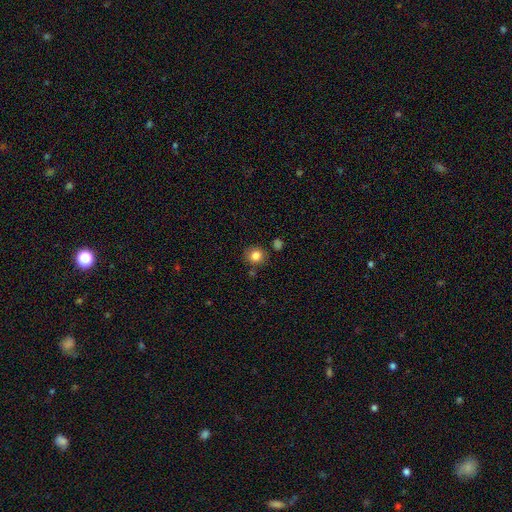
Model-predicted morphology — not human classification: smooth-or-featured: smooth: 83% | star or artifact: 11% | featured or disk: 6%
  how-rounded: round: 86% | in between: 13% | cigar-shaped: 1%
  merging: none: 82% | minor disturbance: 10% | merger: 5% | major disturbance: 3%